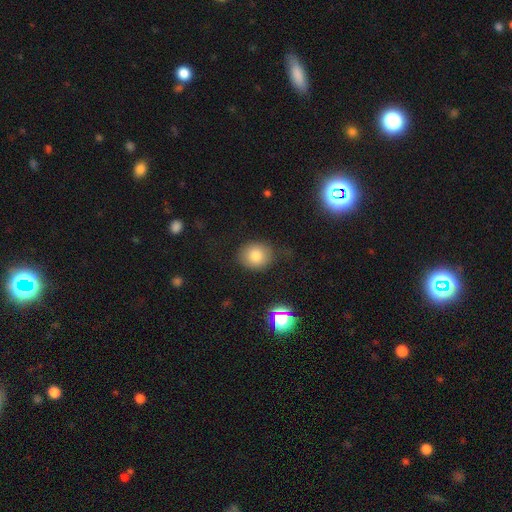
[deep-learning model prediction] smooth 78%, star or artifact 12%, featured or disk 10%. Down the decision tree: how rounded — round (72%); merging — none (77%).